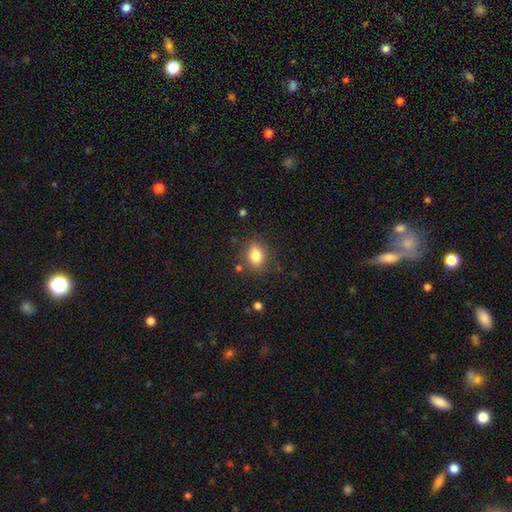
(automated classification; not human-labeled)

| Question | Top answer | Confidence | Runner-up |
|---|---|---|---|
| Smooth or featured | smooth | 83% | star or artifact (10%) |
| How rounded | in between | 69% | round (30%) |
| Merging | none | 82% | minor disturbance (12%) |